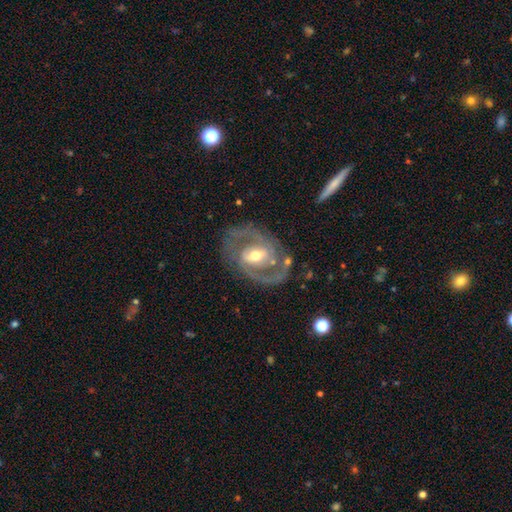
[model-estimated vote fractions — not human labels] A featured or disk galaxy (87%) with a weak bar (45%), 2 (87%) medium (53%) spiral arms (90%) and a moderate central bulge (64%). Merging: none (74%).